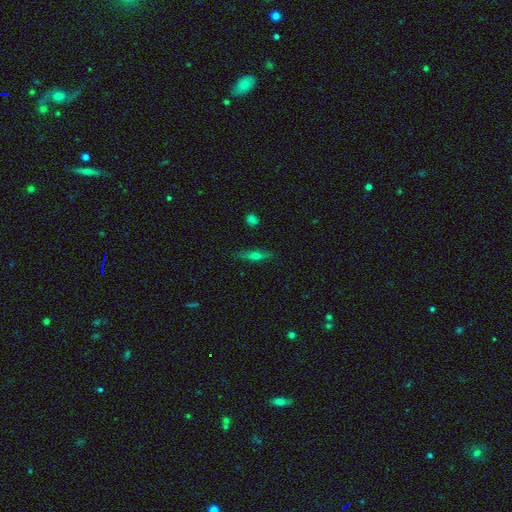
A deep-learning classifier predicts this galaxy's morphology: Overall: featured or disk (49%; smooth 41%). Merging: none (84%).